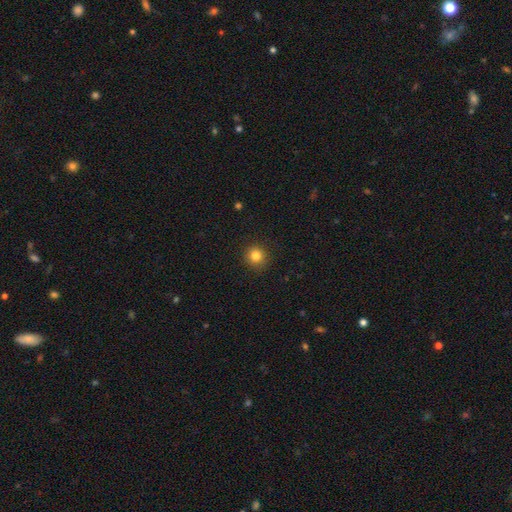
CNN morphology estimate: The model was most divided on "smooth or featured": smooth: 82%, star or artifact: 12%, featured or disk: 5%. More confident: how rounded — round (93%); merging — none (91%).